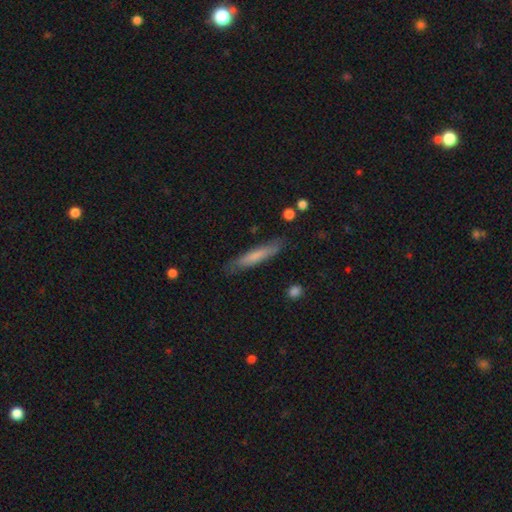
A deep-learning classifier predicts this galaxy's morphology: type=smooth (69%); roundness=cigar-shaped (91%); merging=none (83%).